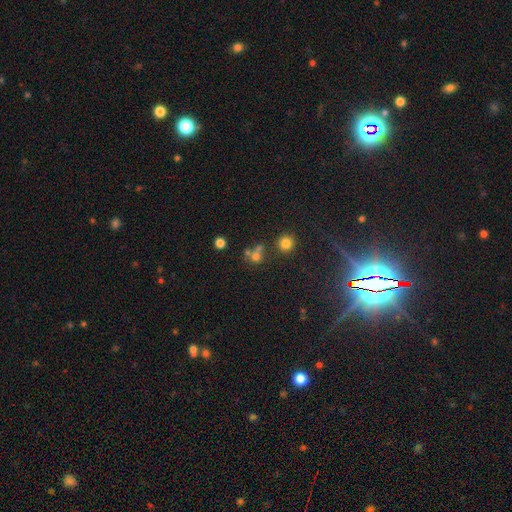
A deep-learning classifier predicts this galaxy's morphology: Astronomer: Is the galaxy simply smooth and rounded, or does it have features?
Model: smooth — 66%.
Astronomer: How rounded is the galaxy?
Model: round — 83%.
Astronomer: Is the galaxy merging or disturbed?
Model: none — 50% (runner-up: merger, 35%).